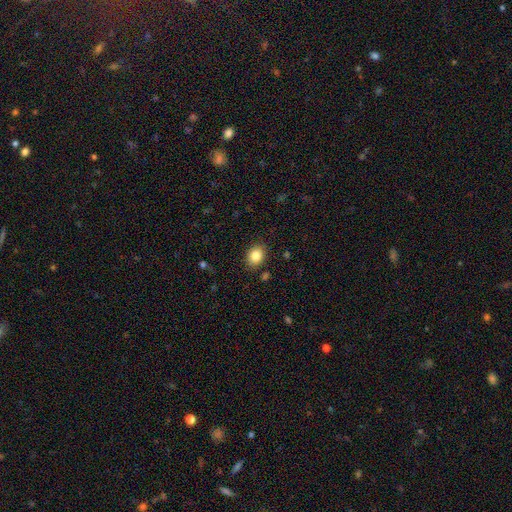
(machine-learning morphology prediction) This appears to be a smooth galaxy with no disk features (85%) that is in between round and cigar-shaped (55%). Merging: none (86%).